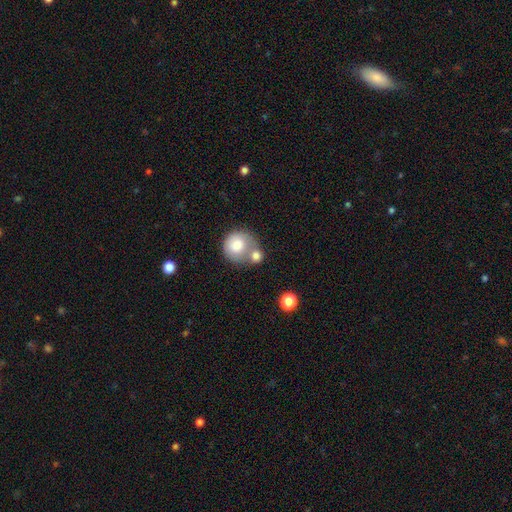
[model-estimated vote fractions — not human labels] Overall: smooth (79%). How rounded: round (82%). Merging: merger (50%; none 34%).